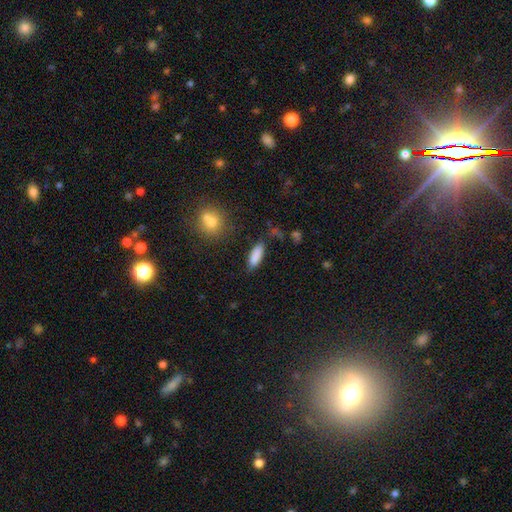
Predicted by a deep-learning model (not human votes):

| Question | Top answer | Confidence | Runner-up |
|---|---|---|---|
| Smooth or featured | smooth | 87% | star or artifact (7%) |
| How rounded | in between | 61% | cigar-shaped (37%) |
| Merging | none | 81% | minor disturbance (13%) |